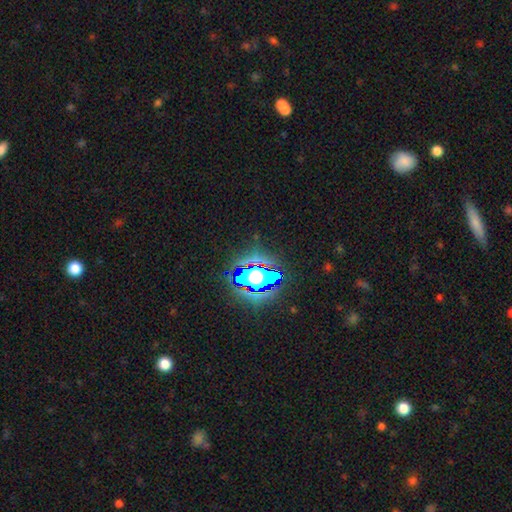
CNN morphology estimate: The model was most divided on "smooth or featured": star or artifact: 59%, smooth: 25%, featured or disk: 15%.